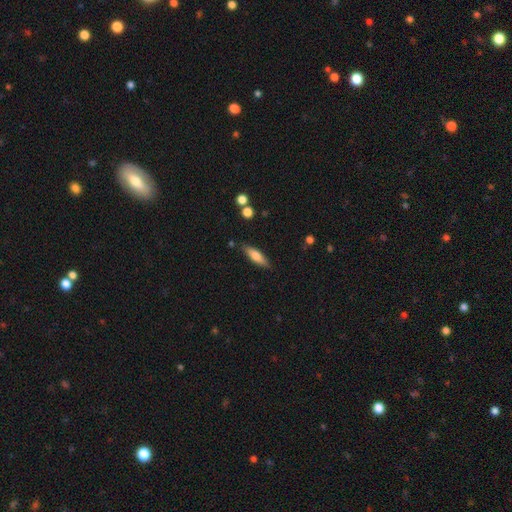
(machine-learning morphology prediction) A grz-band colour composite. It shows a smooth galaxy with no disk features (67%) that is cigar-shaped (57%). Merging: none (85%).